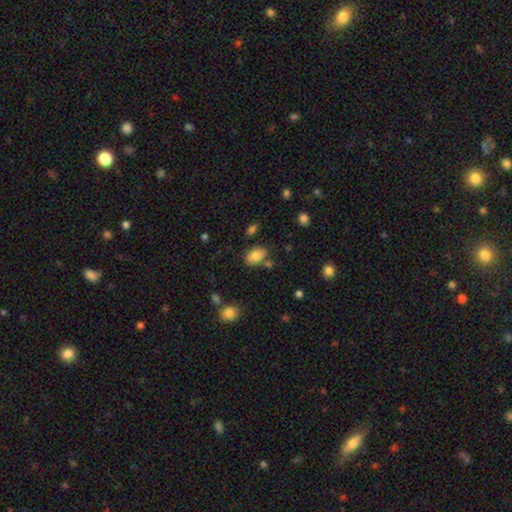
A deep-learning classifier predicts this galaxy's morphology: This appears to be a smooth galaxy with no disk features (80%) that is in between round and cigar-shaped (87%). Merging: none (72%).